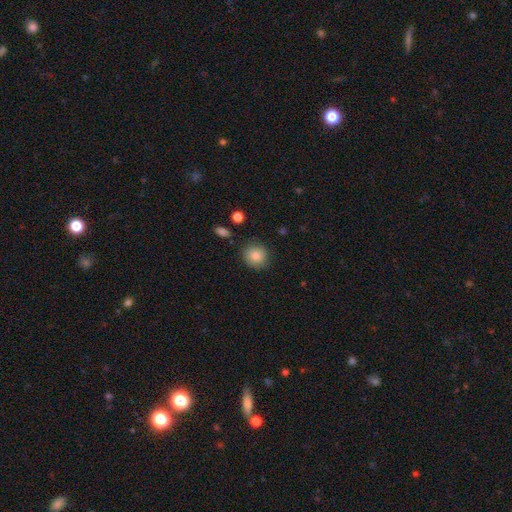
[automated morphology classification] smooth 85%, star or artifact 9%, featured or disk 6%. Down the decision tree: how rounded — round (89%); merging — none (86%).